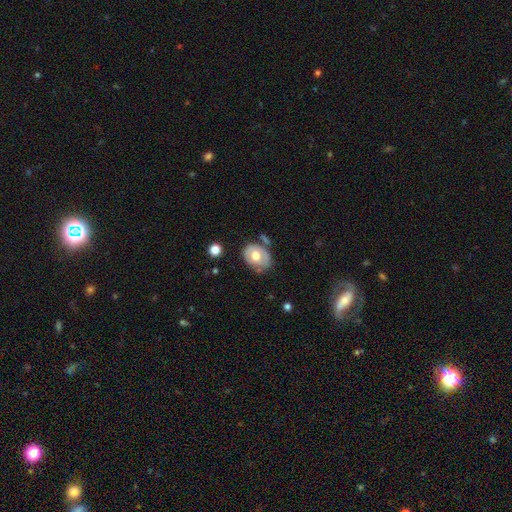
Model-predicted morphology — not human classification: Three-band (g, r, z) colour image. It shows a smooth galaxy with no disk features (52%) that is in between round and cigar-shaped (65%). Merging: none (60%).